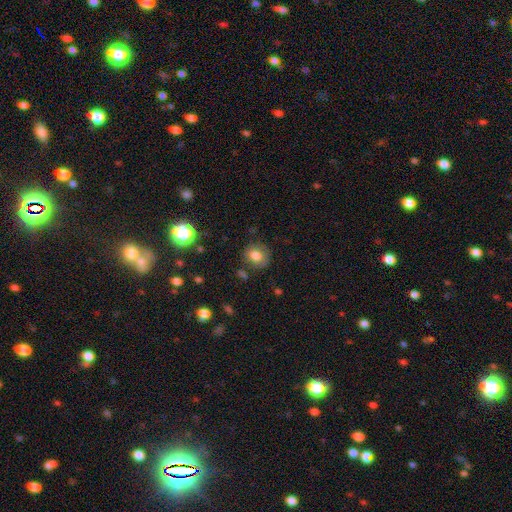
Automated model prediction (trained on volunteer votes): Smooth or featured? Predicted: smooth (p=0.76). How rounded? Predicted: round (p=0.70). Merging? Predicted: none (p=0.79).